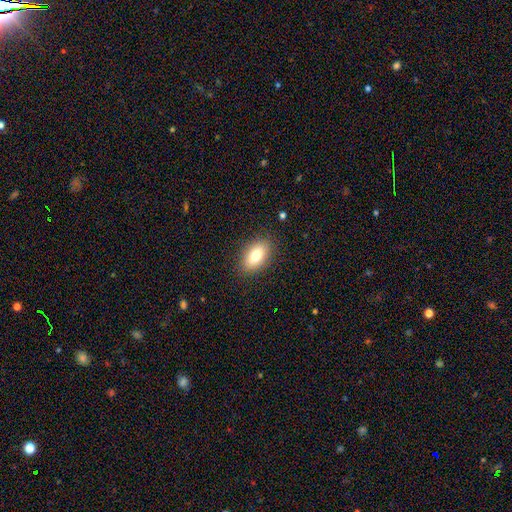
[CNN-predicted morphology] smooth 77%, featured or disk 14%, star or artifact 8%. Down the decision tree: how rounded — in between (89%); merging — none (86%).